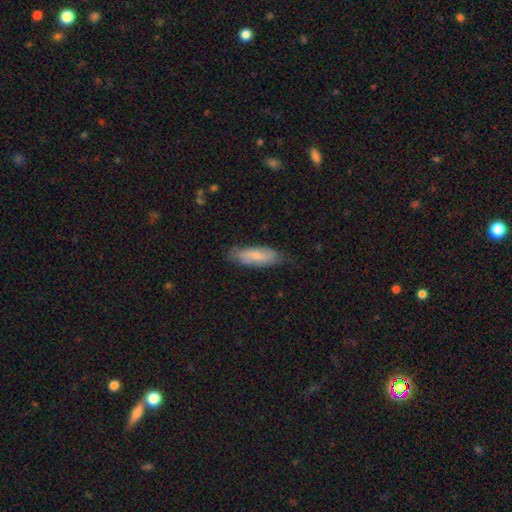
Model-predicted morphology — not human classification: A smooth galaxy with no disk features (57%) that is in between round and cigar-shaped (62%).

Vote fractions:
- Smooth or featured? smooth: 57% / featured or disk: 36% / star or artifact: 6%
- How rounded? in between: 62% / cigar-shaped: 36% / round: 2%
- Merging? none: 73% / minor disturbance: 21% / major disturbance: 4% / merger: 1%